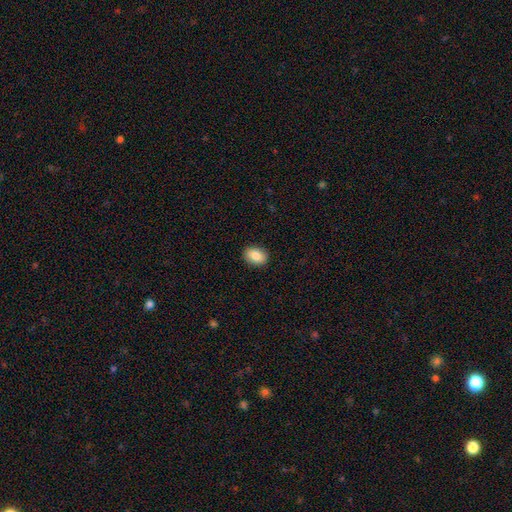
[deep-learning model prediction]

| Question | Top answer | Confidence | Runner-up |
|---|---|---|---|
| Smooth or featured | smooth | 86% | star or artifact (8%) |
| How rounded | in between | 74% | round (25%) |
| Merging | none | 90% | minor disturbance (7%) |